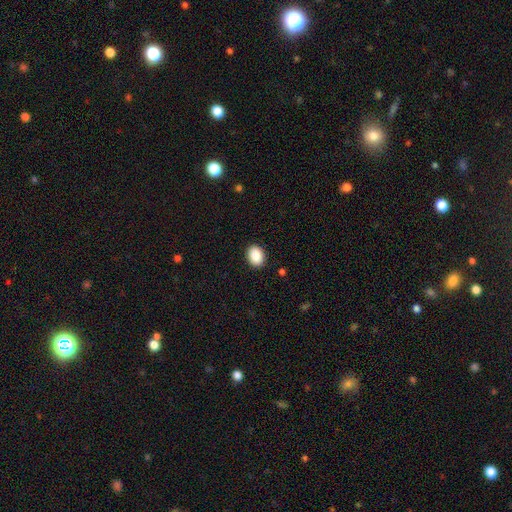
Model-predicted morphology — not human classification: A smooth galaxy with no disk features (89%) that is in between round and cigar-shaped (69%).

Vote fractions:
- Smooth or featured? smooth: 89% / star or artifact: 7% / featured or disk: 3%
- How rounded? in between: 69% / round: 30% / cigar-shaped: 1%
- Merging? none: 90% / minor disturbance: 7% / major disturbance: 2% / merger: 1%